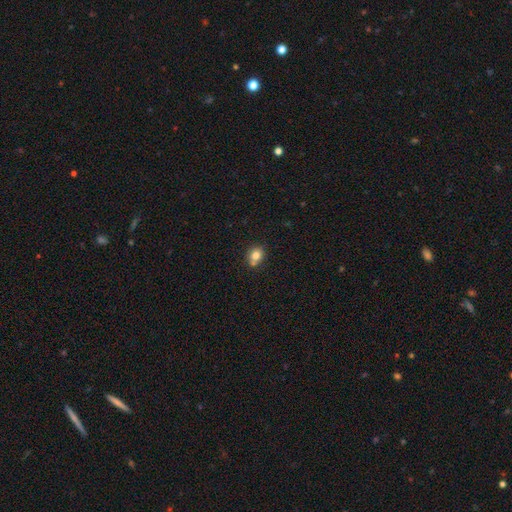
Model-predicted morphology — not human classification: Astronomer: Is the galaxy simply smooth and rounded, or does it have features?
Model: smooth — 79%.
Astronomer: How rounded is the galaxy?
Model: round — 70%.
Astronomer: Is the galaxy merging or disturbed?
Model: none — 64%.